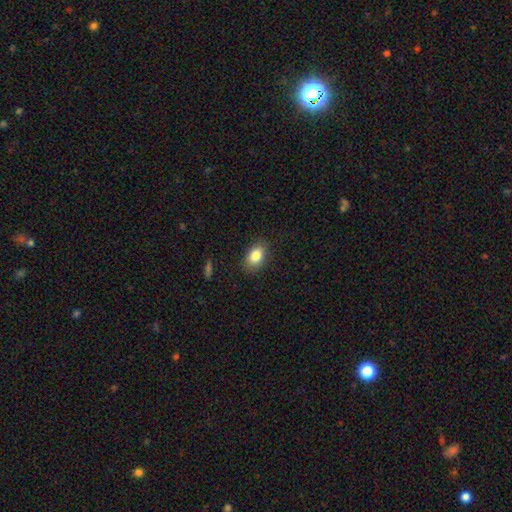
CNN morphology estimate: A smooth galaxy with no disk features (84%) that is in between round and cigar-shaped (79%).

Vote fractions:
- Smooth or featured? smooth: 84% / star or artifact: 9% / featured or disk: 8%
- How rounded? in between: 79% / round: 20% / cigar-shaped: 1%
- Merging? none: 84% / minor disturbance: 12% / major disturbance: 3% / merger: 1%